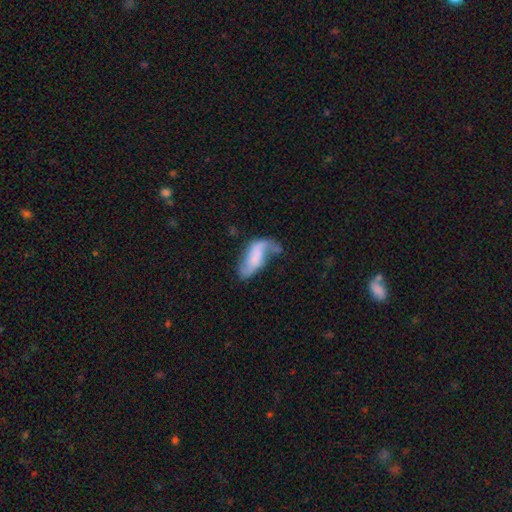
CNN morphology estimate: Q: Smooth or featured?
A: featured or disk (58%); runner-up: smooth (35%)
Q: Edge-on disk?
A: no (93%); runner-up: yes (7%)
Q: Bar?
A: no (49%); runner-up: weak (33%)
Q: Spiral arms?
A: yes (83%); runner-up: no (17%)
Q: Bulge size?
A: none (46%); runner-up: small (24%)
Q: Merging?
A: none (35%); runner-up: major disturbance (30%)